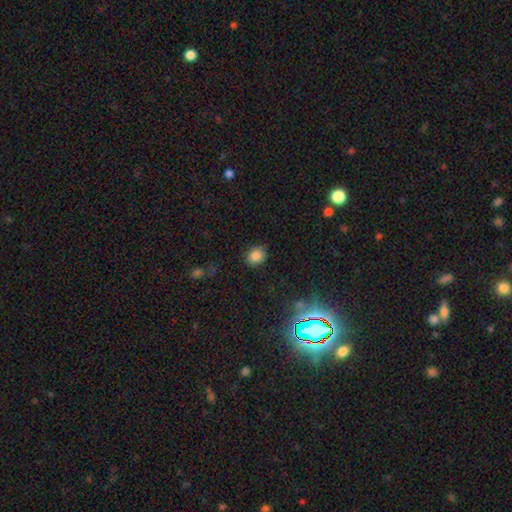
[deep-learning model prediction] smooth 83%, star or artifact 12%, featured or disk 5%. Down the decision tree: how rounded — round (57%); merging — none (85%).